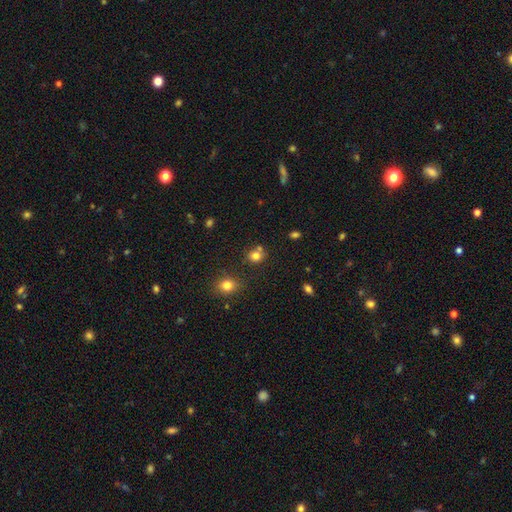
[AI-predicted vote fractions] smooth 77%, star or artifact 15%, featured or disk 8%. Down the decision tree: how rounded — round (76%); merging — none (63%).